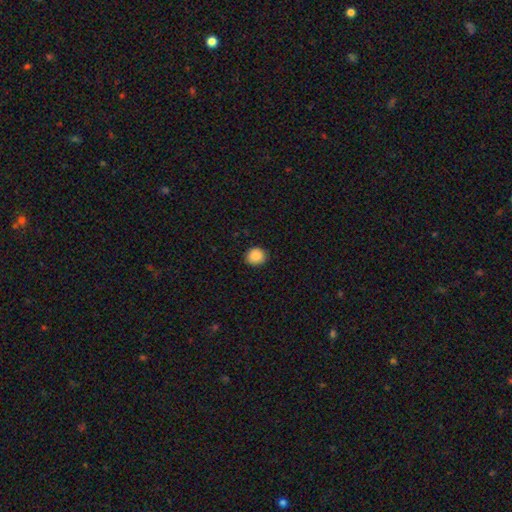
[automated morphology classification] smooth 88%, star or artifact 9%, featured or disk 3%. Down the decision tree: how rounded — round (77%); merging — none (88%).